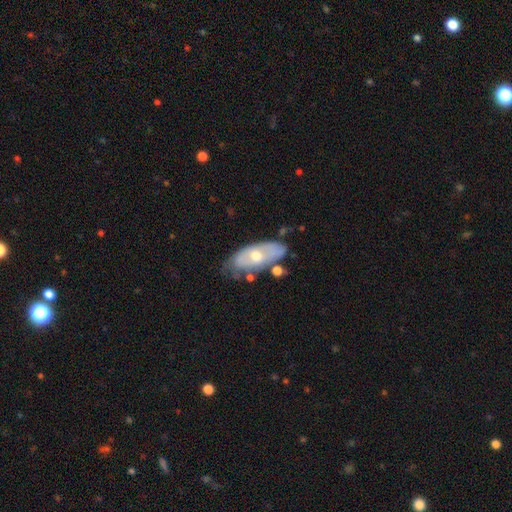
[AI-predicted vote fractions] Smooth or featured?
  - featured or disk: 51% *
  - smooth: 43%
  - star or artifact: 6%
Edge-on disk?
  - no: 82% *
  - yes: 18%
Merging?
  - none: 57% *
  - minor disturbance: 27%
  - major disturbance: 9%
  - merger: 8%